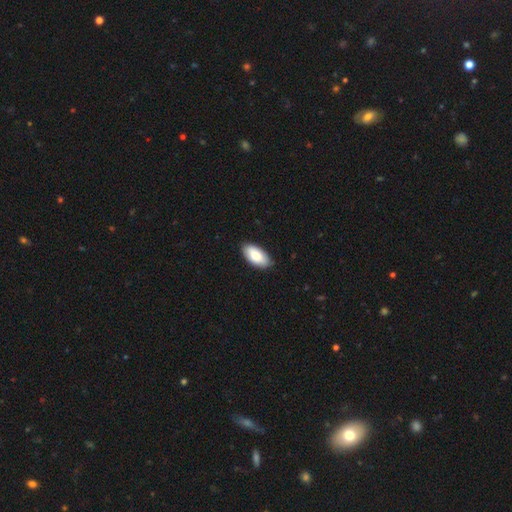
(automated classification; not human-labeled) A smooth galaxy with no disk features (79%) that is in between round and cigar-shaped (94%).

Vote fractions:
- Smooth or featured? smooth: 79% / featured or disk: 15% / star or artifact: 6%
- How rounded? in between: 94% / cigar-shaped: 4% / round: 2%
- Merging? none: 86% / minor disturbance: 11% / major disturbance: 2% / merger: 1%